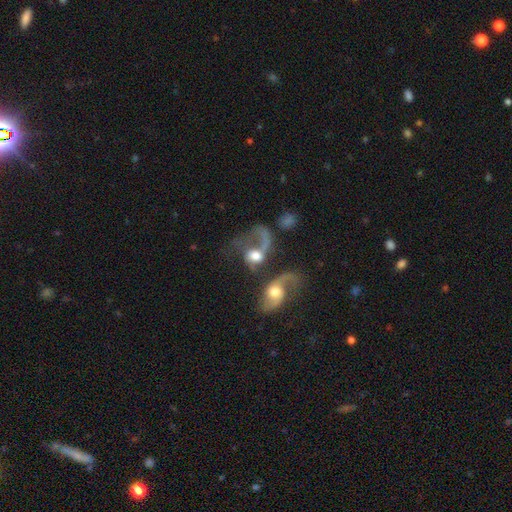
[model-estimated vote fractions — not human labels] This is possibly a featured or disk galaxy (60%). It is clearly not viewed edge-on (96%). Bar: likely no (66%). Spiral arm pattern: likely yes (77%). Central bulge: possibly moderate (54%). Merging: possibly merger (57%).